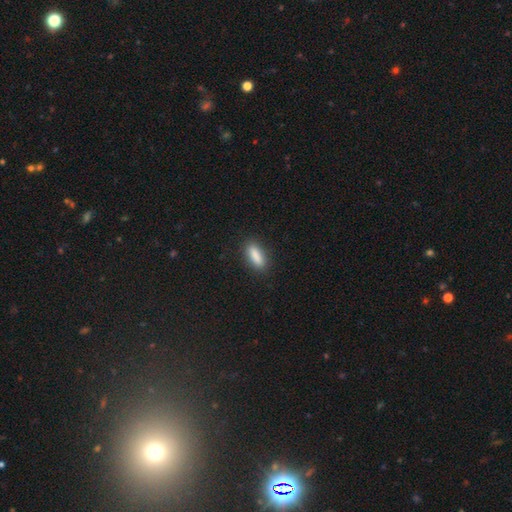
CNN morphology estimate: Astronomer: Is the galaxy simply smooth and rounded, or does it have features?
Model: smooth — 87%.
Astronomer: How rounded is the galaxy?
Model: in between — 59% (runner-up: cigar-shaped, 39%).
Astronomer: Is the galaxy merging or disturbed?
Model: none — 87%.